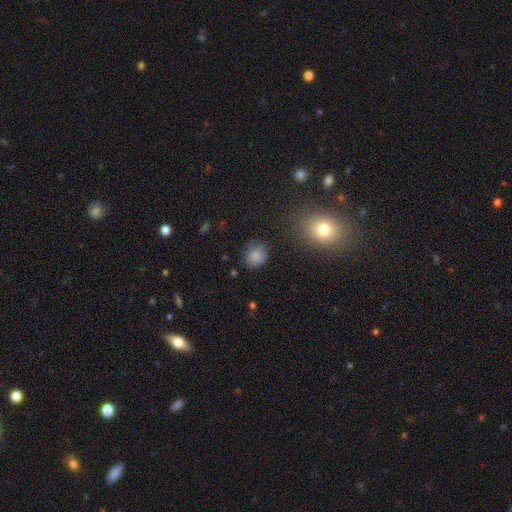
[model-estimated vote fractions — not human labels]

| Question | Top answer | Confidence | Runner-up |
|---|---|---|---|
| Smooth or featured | smooth | 82% | star or artifact (12%) |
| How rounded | round | 78% | in between (21%) |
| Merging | none | 79% | minor disturbance (14%) |